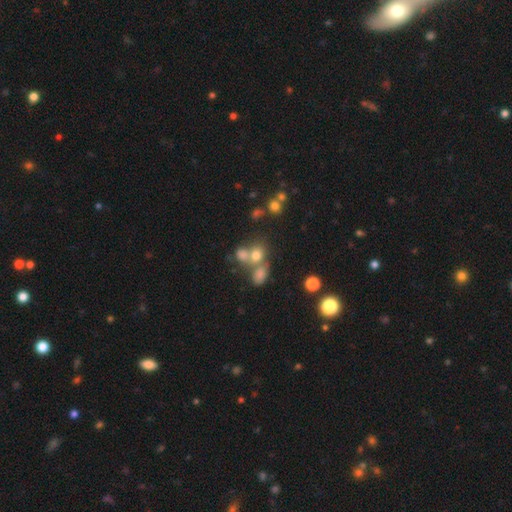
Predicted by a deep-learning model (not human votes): smooth-or-featured: smooth: 68% | star or artifact: 17% | featured or disk: 14%
  how-rounded: round: 62% | in between: 37% | cigar-shaped: 1%
  merging: merger: 46% | none: 37% | minor disturbance: 10% | major disturbance: 7%